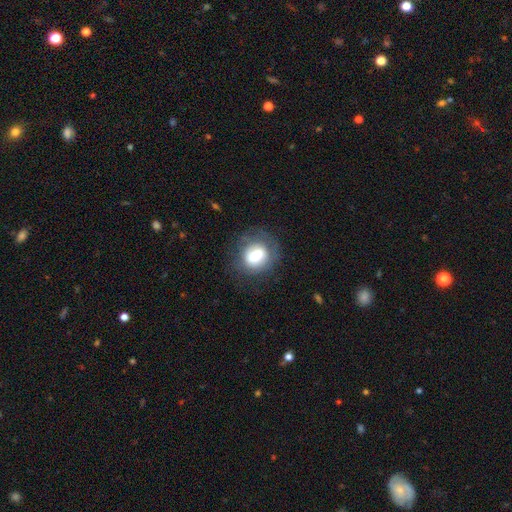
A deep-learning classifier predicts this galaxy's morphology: A smooth galaxy with no disk features (61%) that is round (57%). Merging: none (67%).